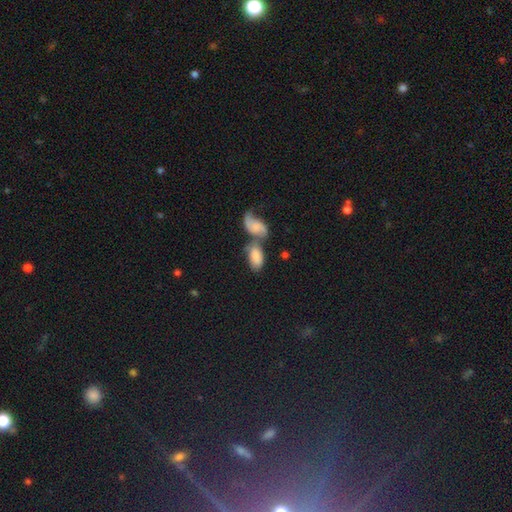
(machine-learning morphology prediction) This appears to be a smooth galaxy with no disk features (65%) that is in between round and cigar-shaped (90%). Merging: merger (58%).